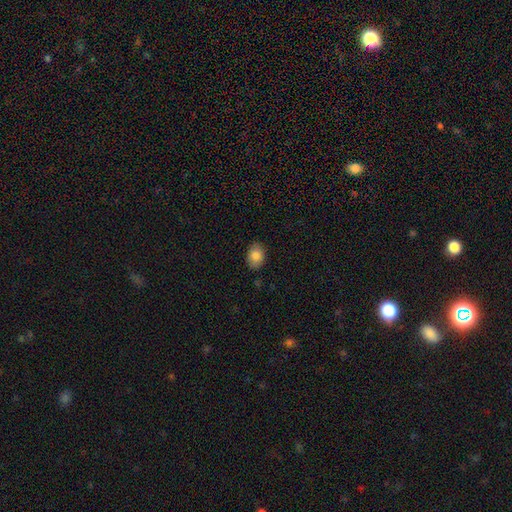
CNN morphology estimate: Q: Smooth or featured?
A: smooth (84%); runner-up: featured or disk (8%)
Q: How rounded?
A: in between (79%); runner-up: round (20%)
Q: Merging?
A: none (86%); runner-up: minor disturbance (10%)